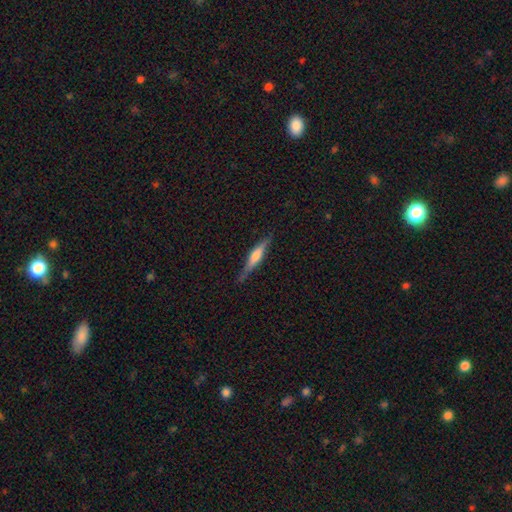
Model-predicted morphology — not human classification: type=featured or disk (55%); edge-on=yes (96%); edge-on bulge=rounded (66%); merging=none (82%).